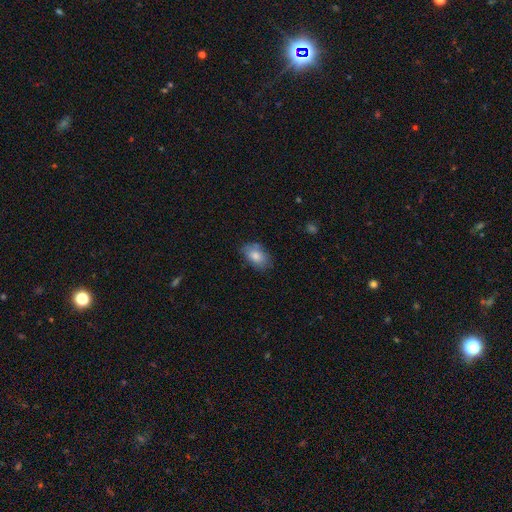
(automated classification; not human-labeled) Smooth or featured? smooth (81%)
How rounded? in between (90%)
Merging? none (73%)